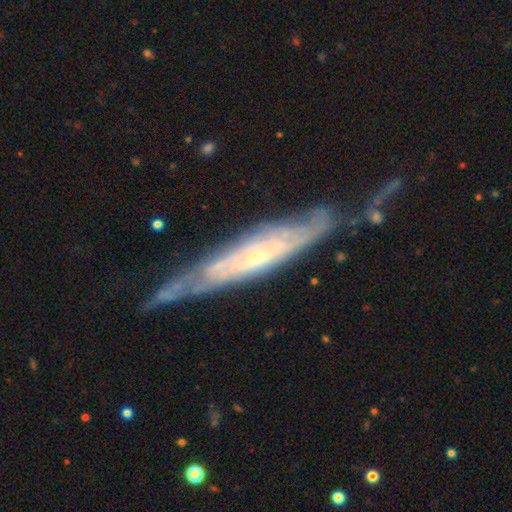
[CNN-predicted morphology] Q: Smooth or featured?
A: featured or disk (78%); runner-up: smooth (16%)
Q: Edge-on disk?
A: no (54%); runner-up: yes (46%)
Q: Merging?
A: none (62%); runner-up: minor disturbance (24%)